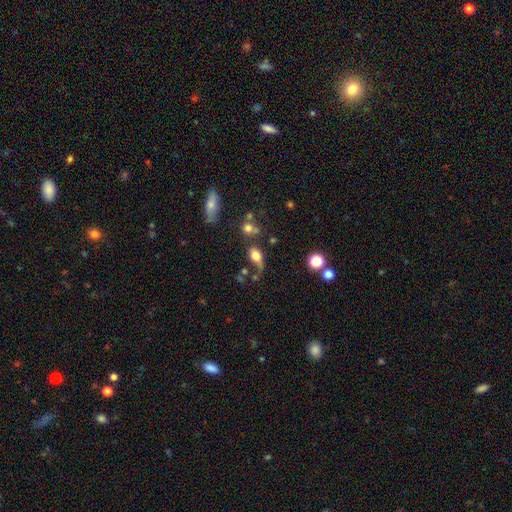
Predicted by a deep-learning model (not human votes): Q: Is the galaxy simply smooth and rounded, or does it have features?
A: smooth — 72%.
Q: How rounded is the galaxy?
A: in between — 78%.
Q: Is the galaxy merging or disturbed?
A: none — 38%.